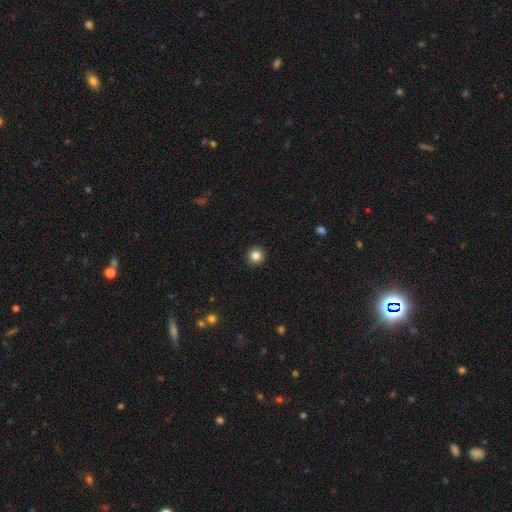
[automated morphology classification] A smooth galaxy with no disk features (84%) that is round (95%). Merging: none (93%).